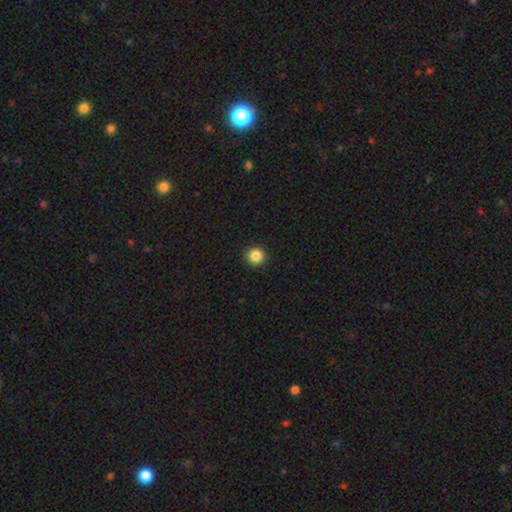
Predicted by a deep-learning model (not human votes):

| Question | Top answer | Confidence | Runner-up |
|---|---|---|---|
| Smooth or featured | smooth | 86% | star or artifact (10%) |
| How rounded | round | 95% | in between (4%) |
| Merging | none | 92% | minor disturbance (5%) |